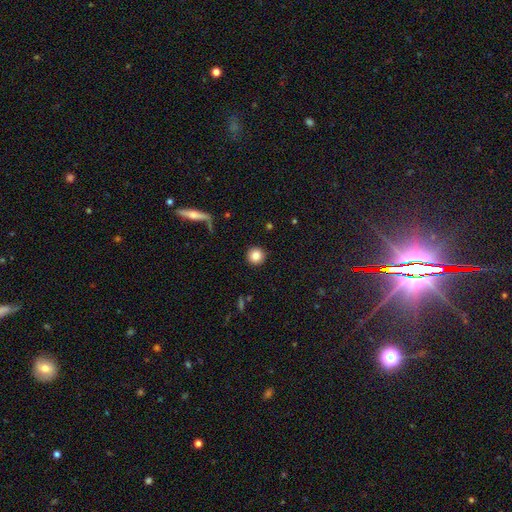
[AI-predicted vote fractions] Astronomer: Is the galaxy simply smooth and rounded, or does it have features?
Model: smooth — 85%.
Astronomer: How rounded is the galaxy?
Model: round — 95%.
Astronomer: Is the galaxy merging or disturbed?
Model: none — 92%.